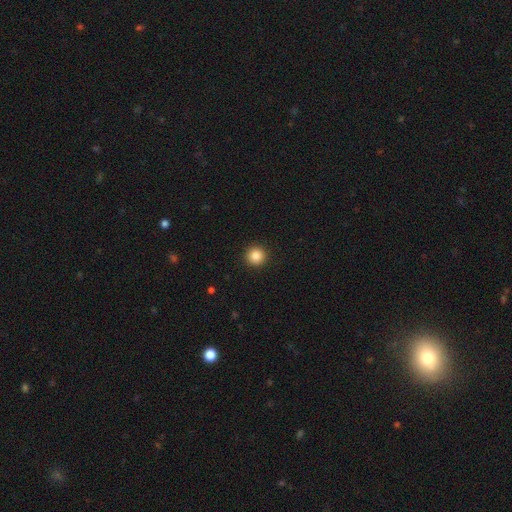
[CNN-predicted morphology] Smooth or featured? smooth (86%)
How rounded? round (95%)
Merging? none (93%)